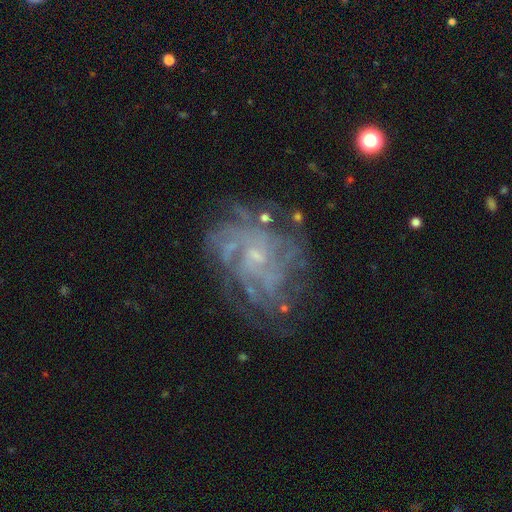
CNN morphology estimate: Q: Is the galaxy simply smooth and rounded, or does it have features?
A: featured or disk — 83%.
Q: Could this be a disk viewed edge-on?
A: no — 97%.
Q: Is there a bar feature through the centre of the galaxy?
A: no — 73%.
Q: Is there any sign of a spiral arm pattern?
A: yes — 92%.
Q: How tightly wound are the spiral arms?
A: tight — 60%.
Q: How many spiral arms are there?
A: can't tell — 37%.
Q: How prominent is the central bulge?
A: small — 76%.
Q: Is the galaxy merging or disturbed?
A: none — 71%.